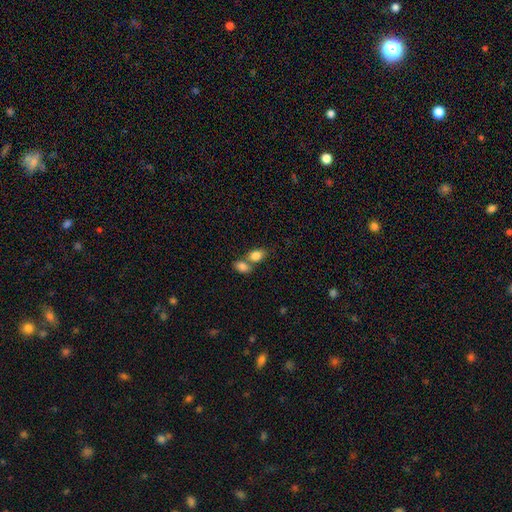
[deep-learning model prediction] Morphology: type=smooth (84%); roundness=in between (76%); merging=merger (52%).